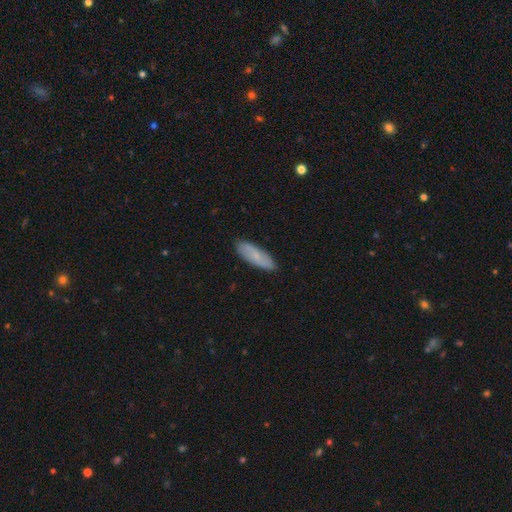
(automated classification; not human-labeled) smooth_or_featured: smooth (p=0.65) [alt: featured or disk p=0.29]
how_rounded: in between (p=0.56) [alt: cigar-shaped p=0.42]
merging: none (p=0.87) [alt: minor disturbance p=0.10]